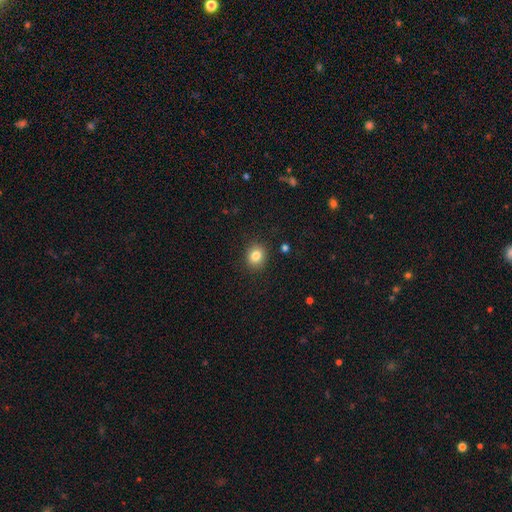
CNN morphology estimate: Overall: smooth (83%). How rounded: round (73%). Merging: none (89%).